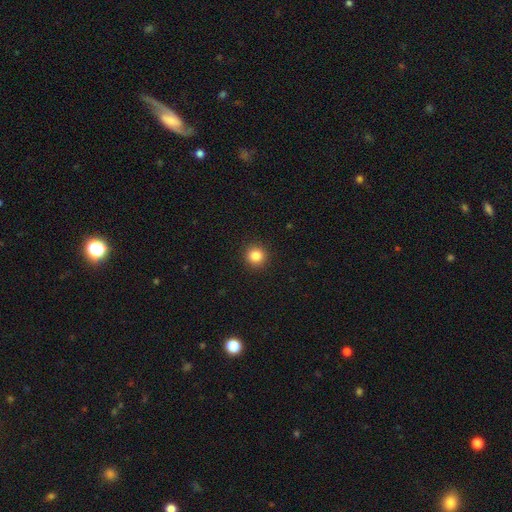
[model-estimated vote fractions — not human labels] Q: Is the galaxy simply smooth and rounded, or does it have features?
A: smooth — 84%.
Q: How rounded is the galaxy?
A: round — 94%.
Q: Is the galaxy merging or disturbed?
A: none — 93%.